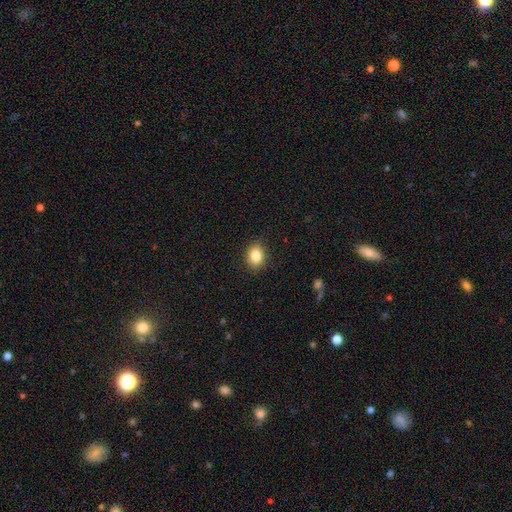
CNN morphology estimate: Smooth or featured? Predicted: smooth (p=0.84). How rounded? Predicted: round (p=0.50). Merging? Predicted: none (p=0.88).